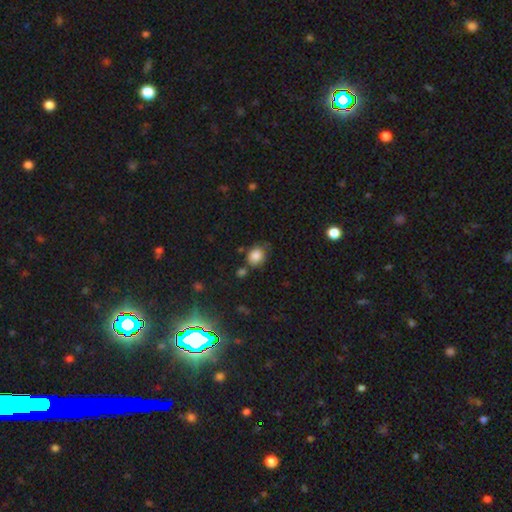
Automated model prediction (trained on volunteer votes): smooth_or_featured: smooth (p=0.84) [alt: star or artifact p=0.10]
how_rounded: round (p=0.65) [alt: in between p=0.34]
merging: none (p=0.61) [alt: minor disturbance p=0.24]